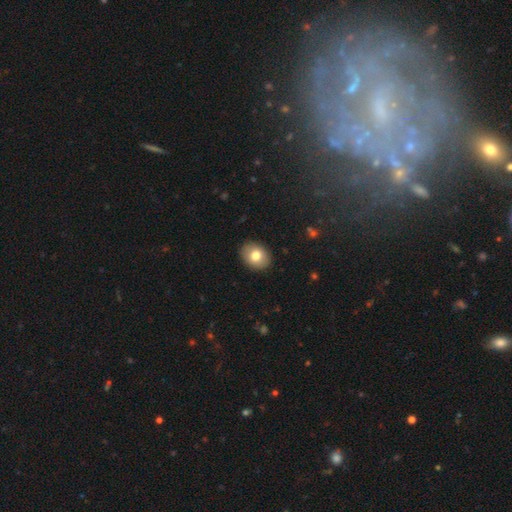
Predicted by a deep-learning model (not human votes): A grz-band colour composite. It shows a smooth galaxy with no disk features (78%) that is in between round and cigar-shaped (56%). Merging: none (89%).